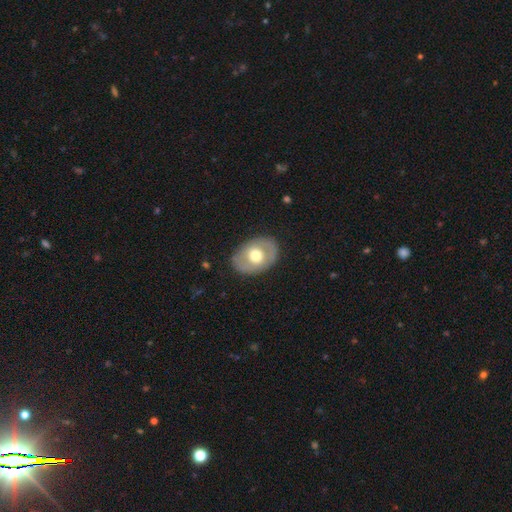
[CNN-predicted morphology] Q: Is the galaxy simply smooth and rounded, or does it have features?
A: smooth — 52%.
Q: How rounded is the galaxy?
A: in between — 72%.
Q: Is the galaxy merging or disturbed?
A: none — 83%.